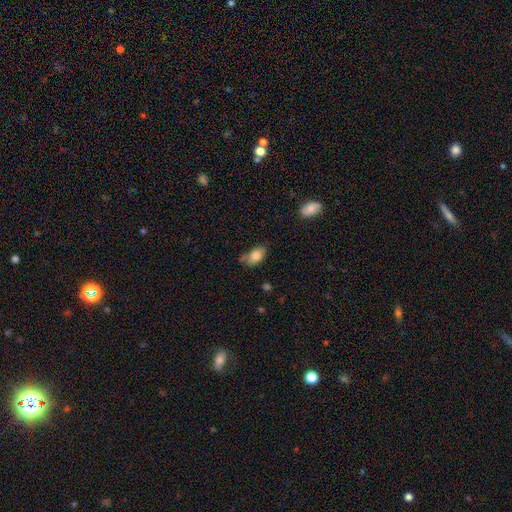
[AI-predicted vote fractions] Overall: smooth (80%). How rounded: in between (90%). Merging: none (49%; minor disturbance 36%).